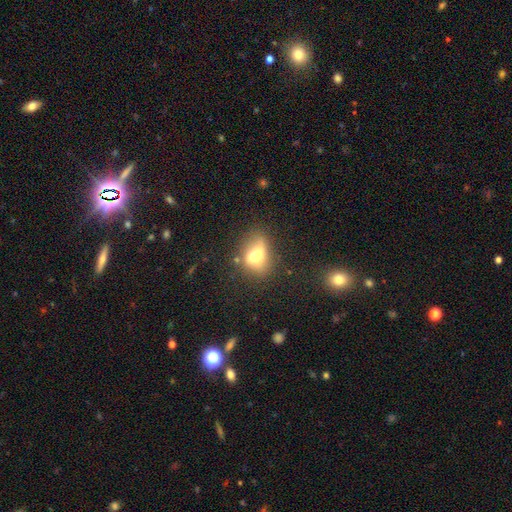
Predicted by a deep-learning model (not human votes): Smooth or featured: smooth — 60% (featured or disk — 29%)
How rounded: in between — 68% (round — 29%)
Merging: merger — 39% (none — 33%)